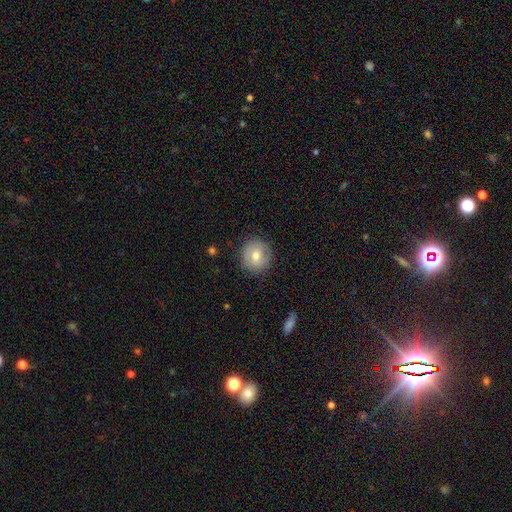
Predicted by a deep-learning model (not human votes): smooth_or_featured: smooth (p=0.63) [alt: featured or disk p=0.28]
how_rounded: round (p=0.88) [alt: in between p=0.11]
merging: none (p=0.85) [alt: minor disturbance p=0.11]